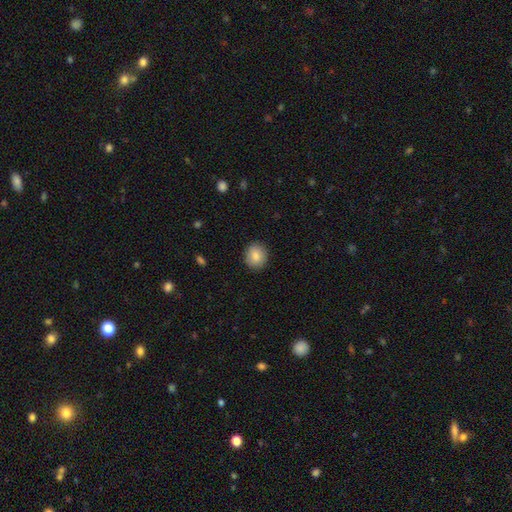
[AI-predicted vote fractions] Smooth or featured: smooth — 85% (star or artifact — 8%)
How rounded: round — 77% (in between — 22%)
Merging: none — 90% (minor disturbance — 7%)